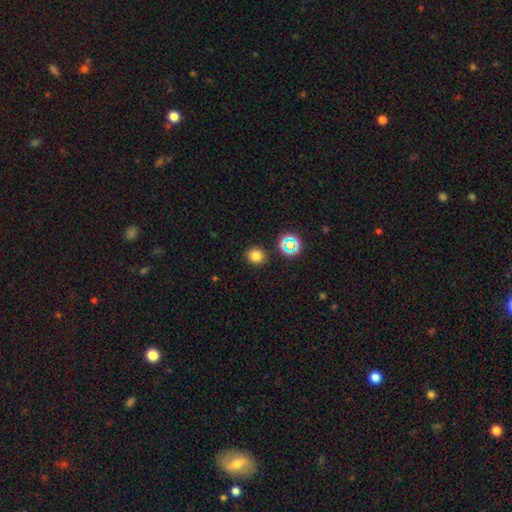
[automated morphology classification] A smooth galaxy with no disk features (77%) that is round (88%).

Vote fractions:
- Smooth or featured? smooth: 77% / star or artifact: 17% / featured or disk: 5%
- How rounded? round: 88% / in between: 11% / cigar-shaped: 1%
- Merging? none: 89% / minor disturbance: 7% / merger: 2% / major disturbance: 2%